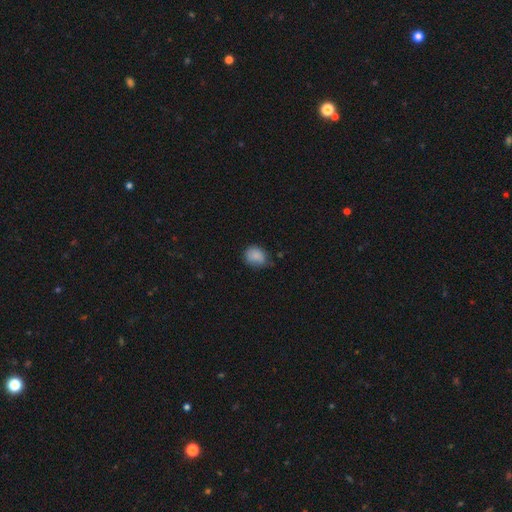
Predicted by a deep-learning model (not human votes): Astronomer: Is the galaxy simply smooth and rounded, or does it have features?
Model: smooth — 84%.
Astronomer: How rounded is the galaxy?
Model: round — 58% (runner-up: in between, 41%).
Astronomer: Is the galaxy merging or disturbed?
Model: none — 60%.